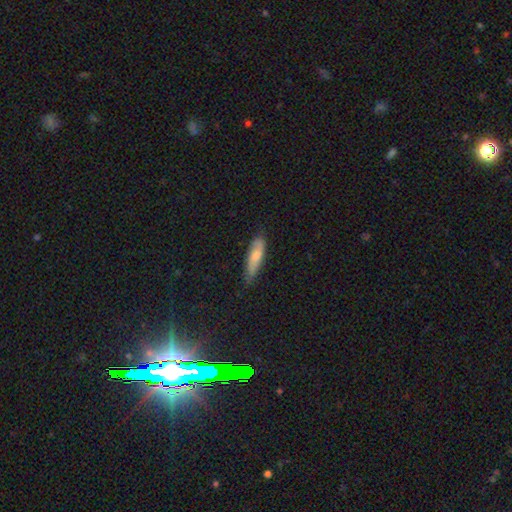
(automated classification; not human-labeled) Smooth or featured? Predicted: smooth (p=0.69). How rounded? Predicted: cigar-shaped (p=0.61). Merging? Predicted: none (p=0.71).